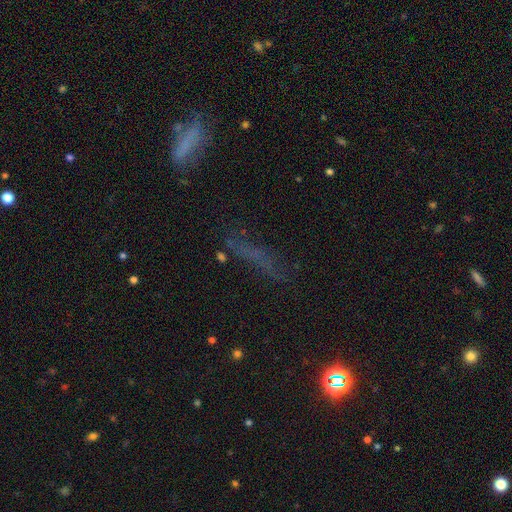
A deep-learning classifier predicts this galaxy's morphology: type=smooth (43%); merging=none (63%).